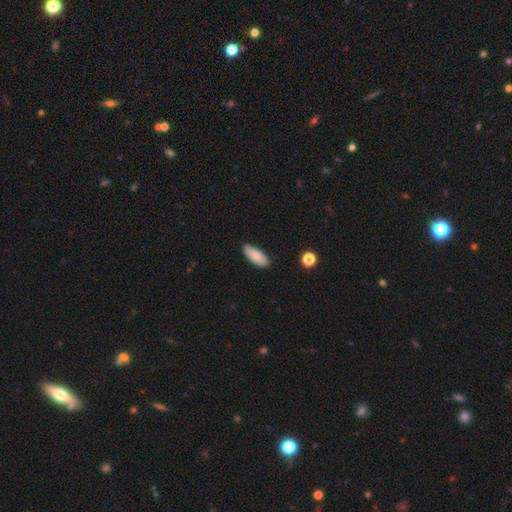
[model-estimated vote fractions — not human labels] Q: Smooth or featured?
A: smooth (86%); runner-up: featured or disk (7%)
Q: How rounded?
A: in between (77%); runner-up: cigar-shaped (22%)
Q: Merging?
A: none (82%); runner-up: minor disturbance (14%)